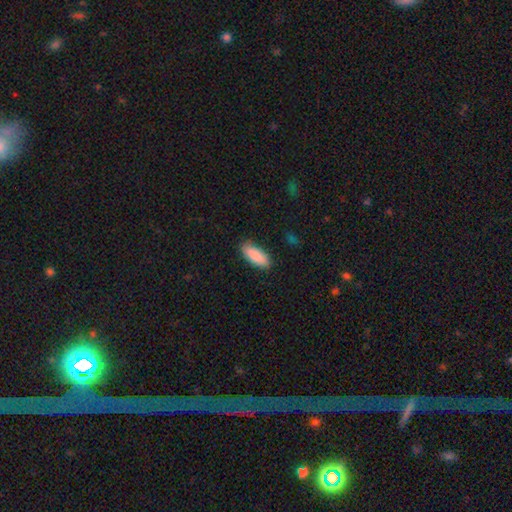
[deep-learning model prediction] Smooth or featured? smooth (90%)
How rounded? in between (75%)
Merging? none (86%)